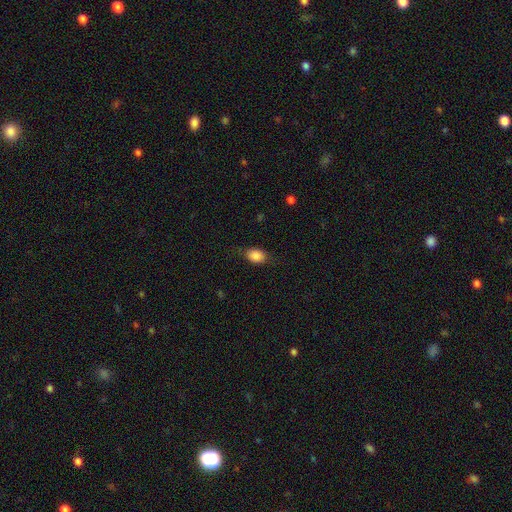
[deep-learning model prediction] A smooth galaxy with no disk features (84%) that is in between round and cigar-shaped (75%).

Vote fractions:
- Smooth or featured? smooth: 84% / star or artifact: 8% / featured or disk: 8%
- How rounded? in between: 75% / round: 23% / cigar-shaped: 2%
- Merging? none: 74% / minor disturbance: 19% / major disturbance: 6% / merger: 1%